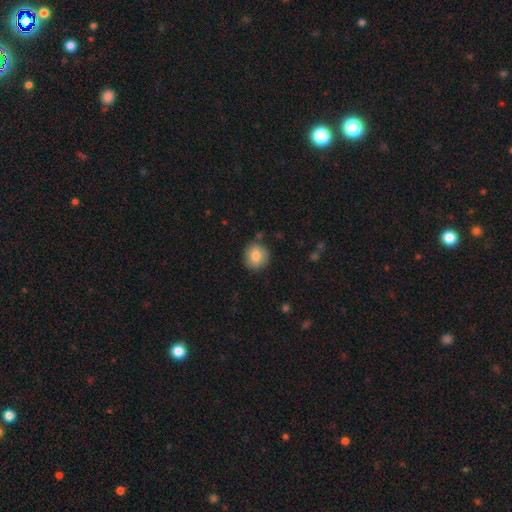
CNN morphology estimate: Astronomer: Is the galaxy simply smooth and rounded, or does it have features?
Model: smooth — 80%.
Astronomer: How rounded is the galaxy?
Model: round — 90%.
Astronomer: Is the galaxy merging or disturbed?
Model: none — 87%.